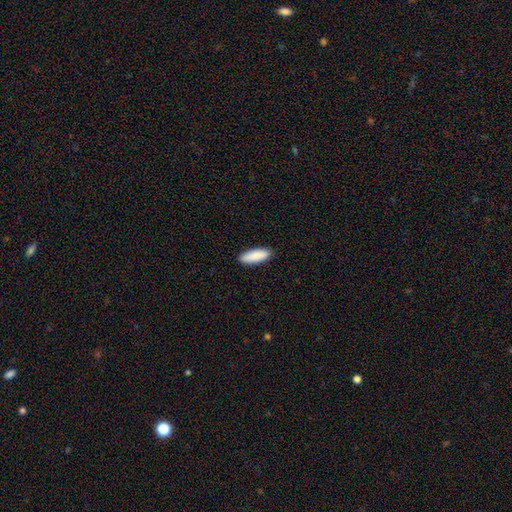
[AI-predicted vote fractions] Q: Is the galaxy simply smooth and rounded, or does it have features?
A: smooth — 90%.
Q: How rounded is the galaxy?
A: in between — 63%.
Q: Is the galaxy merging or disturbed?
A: none — 91%.